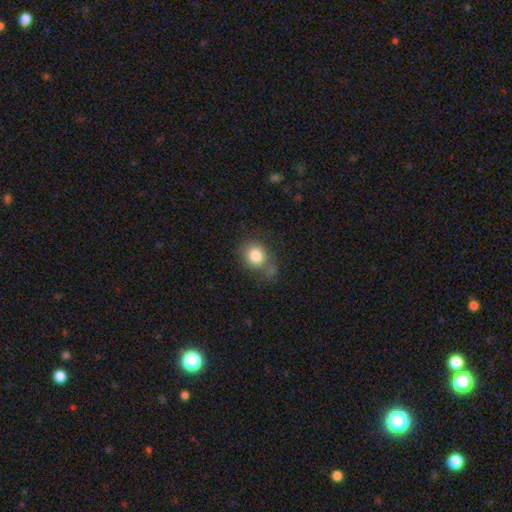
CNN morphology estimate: A smooth galaxy with no disk features (83%) that is round (68%).

Vote fractions:
- Smooth or featured? smooth: 83% / star or artifact: 9% / featured or disk: 8%
- How rounded? round: 68% / in between: 31% / cigar-shaped: 1%
- Merging? none: 58% / minor disturbance: 21% / merger: 11% / major disturbance: 9%